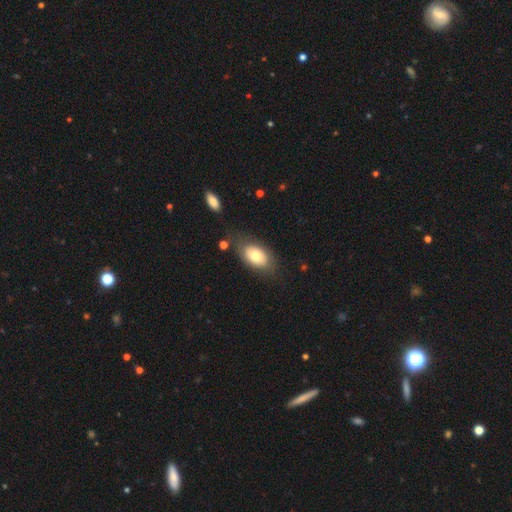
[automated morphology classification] Smooth or featured: smooth — 70% (featured or disk — 23%)
How rounded: in between — 90% (round — 9%)
Merging: none — 76% (minor disturbance — 15%)